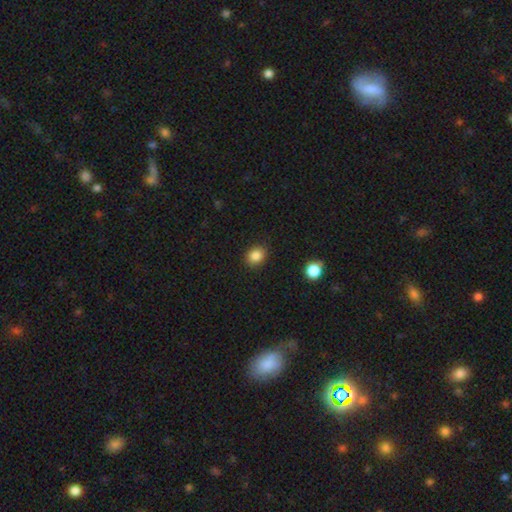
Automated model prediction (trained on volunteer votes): smooth_or_featured: smooth (p=0.85) [alt: star or artifact p=0.11]
how_rounded: round (p=0.60) [alt: in between p=0.39]
merging: none (p=0.88) [alt: minor disturbance p=0.09]